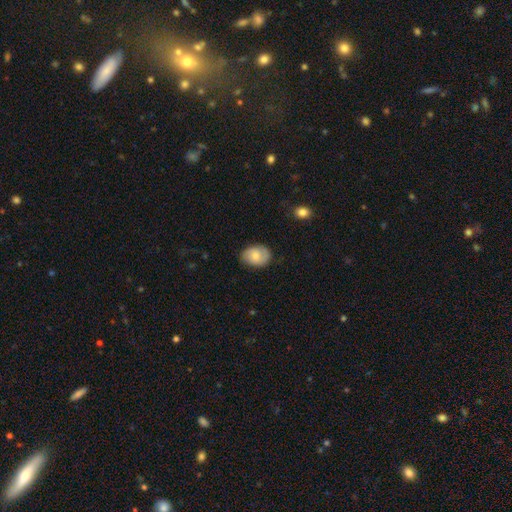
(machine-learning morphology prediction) Smooth or featured? smooth (69%)
How rounded? in between (72%)
Merging? none (76%)